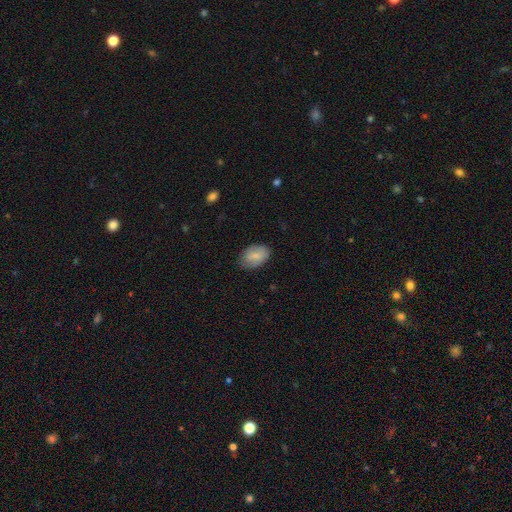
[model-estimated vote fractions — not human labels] Smooth or featured? smooth (79%)
How rounded? in between (87%)
Merging? none (74%)